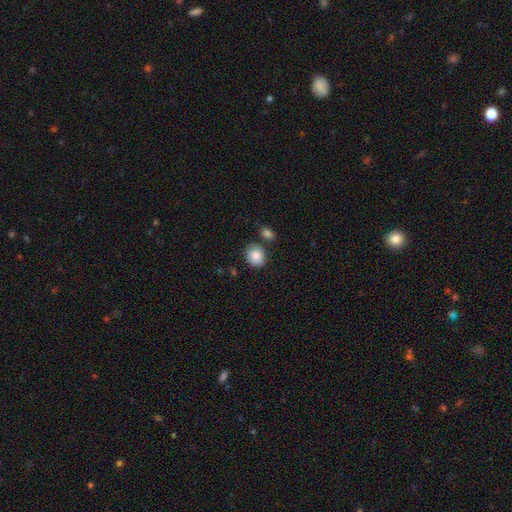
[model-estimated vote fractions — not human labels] smooth 86%, star or artifact 8%, featured or disk 6%. Down the decision tree: how rounded — round (73%); merging — none (74%).